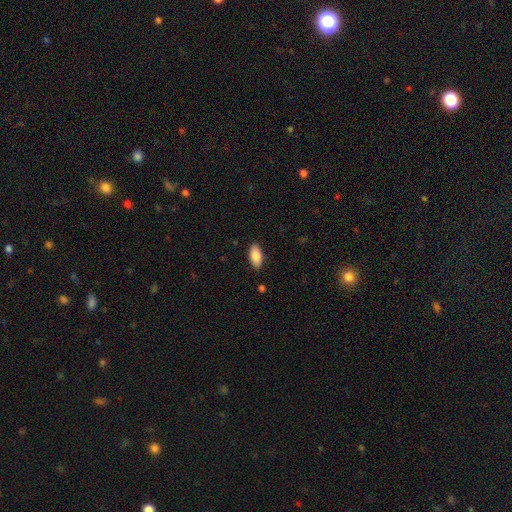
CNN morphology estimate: A smooth galaxy with no disk features (86%) that is in between round and cigar-shaped (90%). Merging: none (88%).